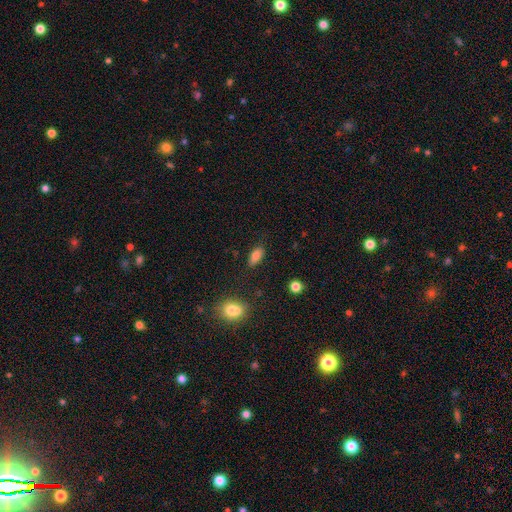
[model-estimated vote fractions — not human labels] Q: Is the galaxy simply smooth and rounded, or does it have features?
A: smooth — 82%.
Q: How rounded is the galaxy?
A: in between — 86%.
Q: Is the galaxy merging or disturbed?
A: none — 80%.